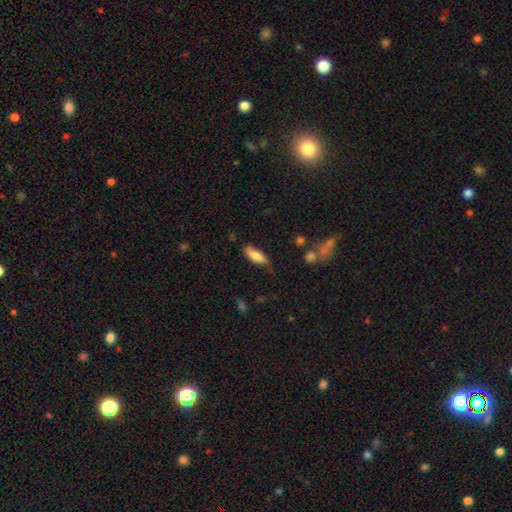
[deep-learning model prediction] The model was most divided on "merging": none: 57%, minor disturbance: 32%, major disturbance: 9%, merger: 3%. More confident: smooth or featured — smooth (77%); how rounded — in between (66%).